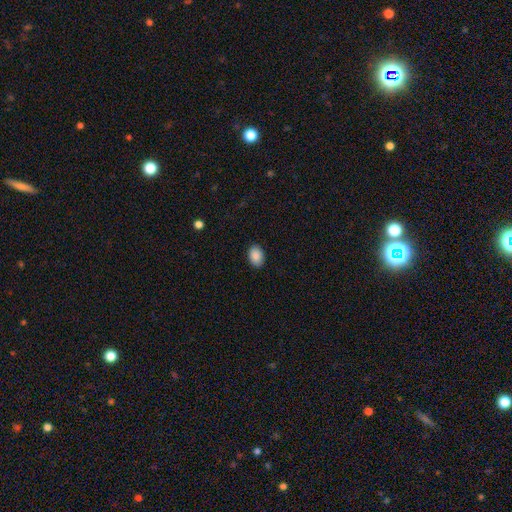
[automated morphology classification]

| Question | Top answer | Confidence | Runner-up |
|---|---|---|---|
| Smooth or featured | smooth | 89% | star or artifact (7%) |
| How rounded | in between | 81% | round (18%) |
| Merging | none | 90% | minor disturbance (8%) |